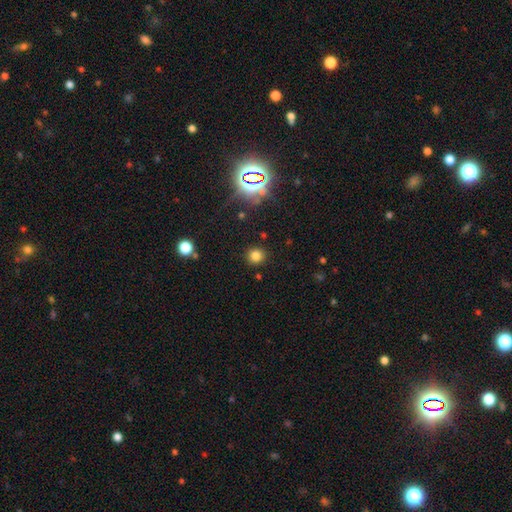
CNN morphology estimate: A smooth galaxy with no disk features (77%) that is round (90%). Merging: none (89%).